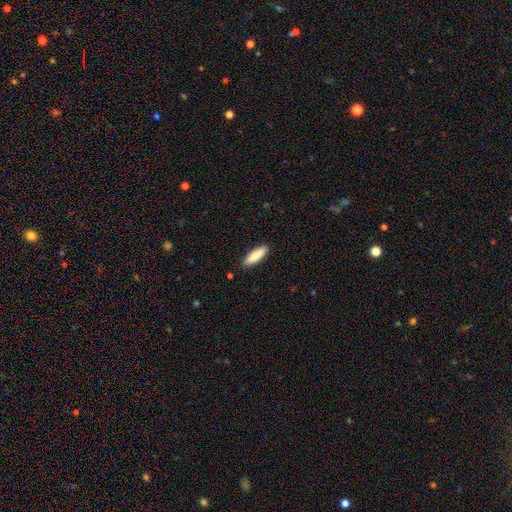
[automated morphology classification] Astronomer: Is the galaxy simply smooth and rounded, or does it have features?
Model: smooth — 84%.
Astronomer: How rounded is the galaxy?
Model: cigar-shaped — 57% (runner-up: in between, 42%).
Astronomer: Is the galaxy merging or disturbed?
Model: none — 90%.